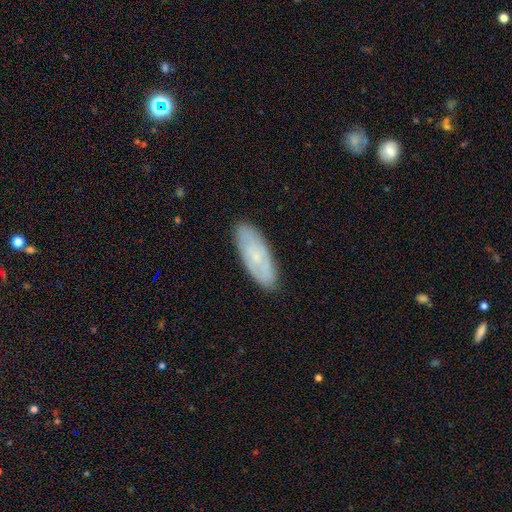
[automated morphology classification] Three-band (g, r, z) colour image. It shows a smooth galaxy with no disk features (47%). Merging: none (86%).